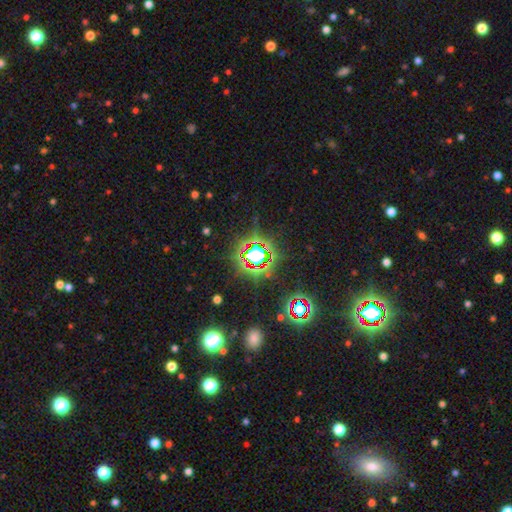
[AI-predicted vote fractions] smooth-or-featured: star or artifact: 75% | smooth: 15% | featured or disk: 10%